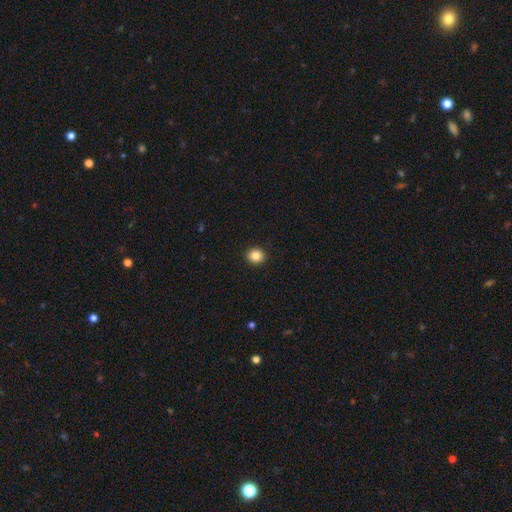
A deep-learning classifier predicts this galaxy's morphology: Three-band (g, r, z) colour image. It shows a smooth galaxy with no disk features (86%) that is round (85%). Merging: none (93%).